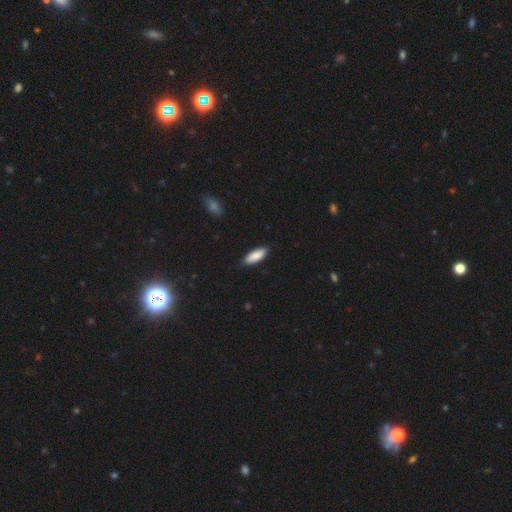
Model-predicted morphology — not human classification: smooth_or_featured: smooth (p=0.88) [alt: featured or disk p=0.06]
how_rounded: in between (p=0.68) [alt: cigar-shaped p=0.30]
merging: none (p=0.87) [alt: minor disturbance p=0.10]